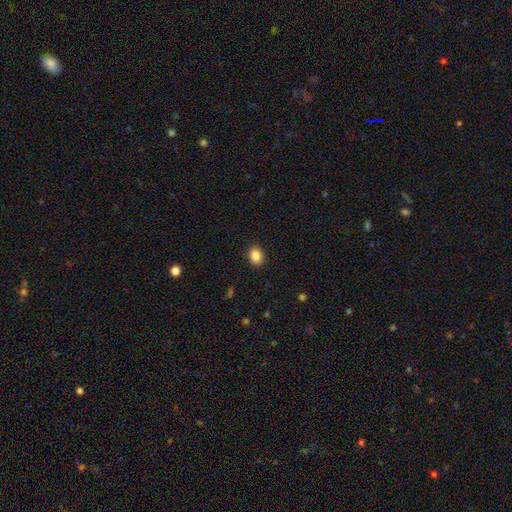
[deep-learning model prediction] smooth 87%, star or artifact 9%, featured or disk 4%. Down the decision tree: how rounded — in between (61%); merging — none (90%).